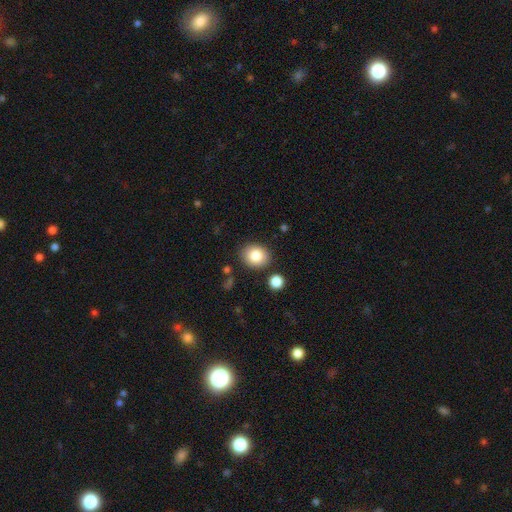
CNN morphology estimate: Smooth or featured? Predicted: smooth (p=0.83). How rounded? Predicted: round (p=0.63). Merging? Predicted: none (p=0.85).